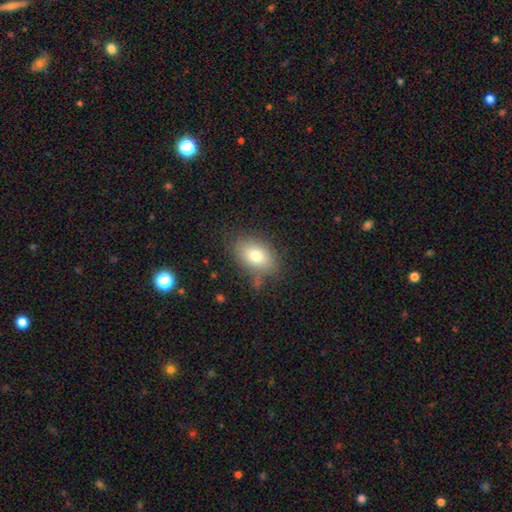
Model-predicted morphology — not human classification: smooth_or_featured: smooth (p=0.76) [alt: featured or disk p=0.15]
how_rounded: in between (p=0.85) [alt: round p=0.13]
merging: none (p=0.73) [alt: minor disturbance p=0.18]